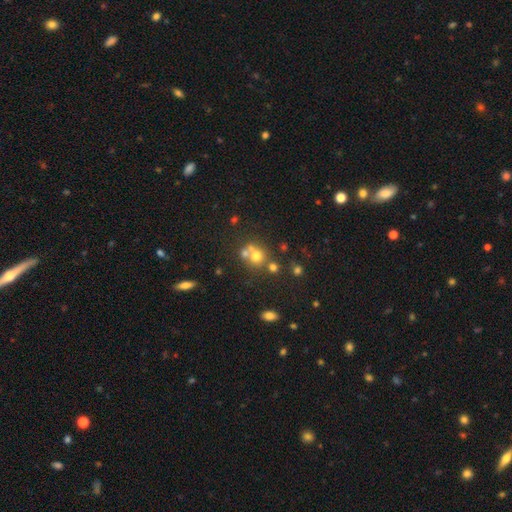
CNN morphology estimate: Smooth or featured?
  - smooth: 61% *
  - featured or disk: 20%
  - star or artifact: 19%
How rounded?
  - round: 80% *
  - in between: 19%
  - cigar-shaped: 1%
Merging?
  - none: 45% *
  - merger: 43%
  - minor disturbance: 8%
  - major disturbance: 4%